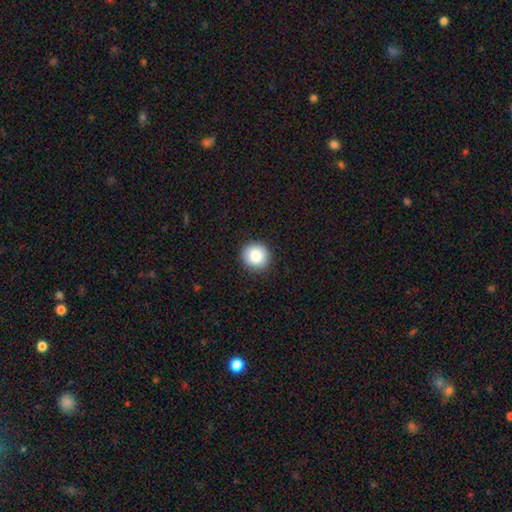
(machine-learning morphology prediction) The model was most divided on "smooth or featured": smooth: 85%, star or artifact: 9%, featured or disk: 6%. More confident: how rounded — round (91%); merging — none (91%).